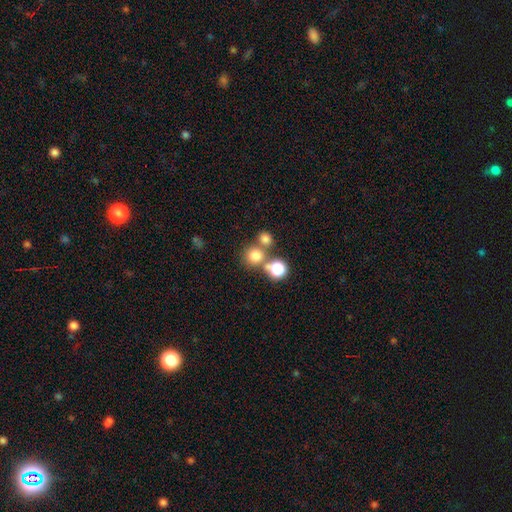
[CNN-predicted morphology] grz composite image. It shows a smooth galaxy with no disk features (75%) that is round (88%). Merging: none (60%).